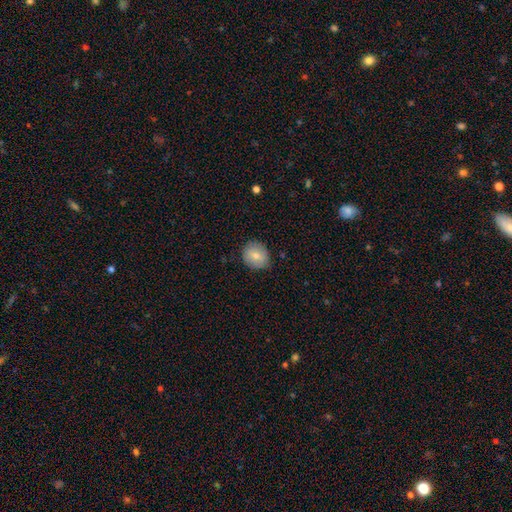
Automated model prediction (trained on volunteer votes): Smooth or featured? Predicted: smooth (p=0.78). How rounded? Predicted: round (p=0.77). Merging? Predicted: none (p=0.82).